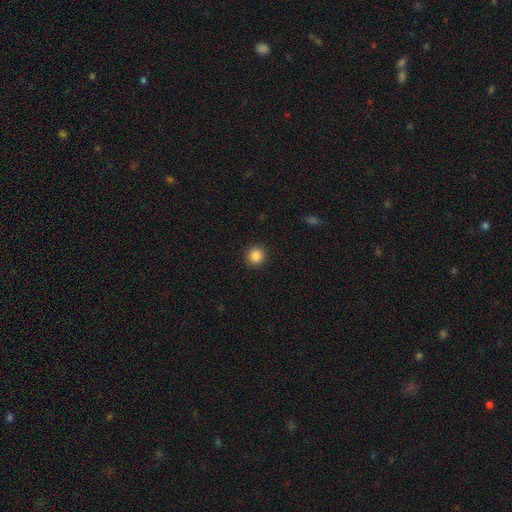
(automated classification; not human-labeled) smooth-or-featured: smooth: 87% | star or artifact: 10% | featured or disk: 3%
  how-rounded: round: 93% | in between: 6% | cigar-shaped: 1%
  merging: none: 92% | minor disturbance: 5% | major disturbance: 2% | merger: 1%